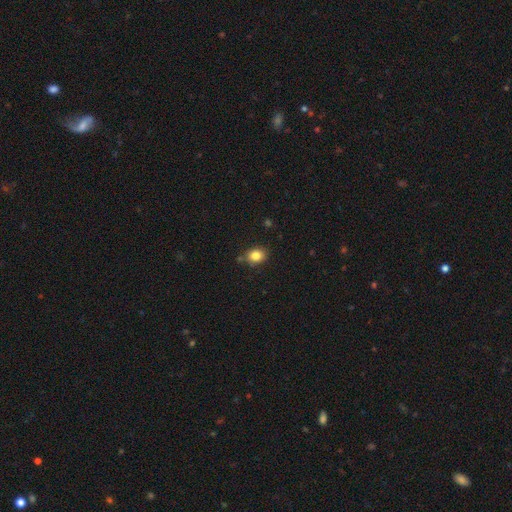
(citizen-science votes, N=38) Smooth or featured? smooth (82%)
How rounded? in between (58%)
Merging? none (67%)